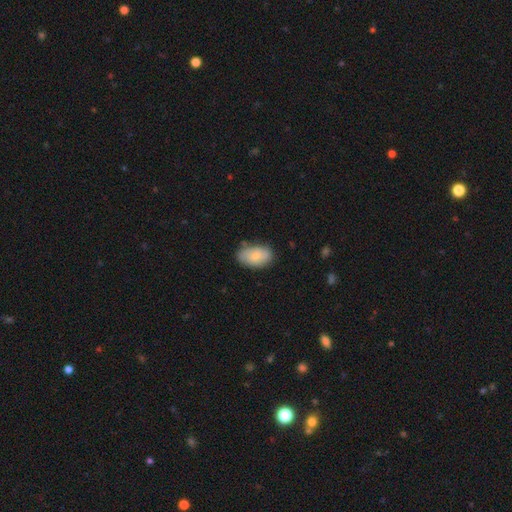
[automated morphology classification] A smooth galaxy with no disk features (73%) that is in between round and cigar-shaped (92%).

Vote fractions:
- Smooth or featured? smooth: 73% / featured or disk: 21% / star or artifact: 6%
- How rounded? in between: 92% / round: 7% / cigar-shaped: 2%
- Merging? none: 71% / minor disturbance: 22% / major disturbance: 4% / merger: 3%